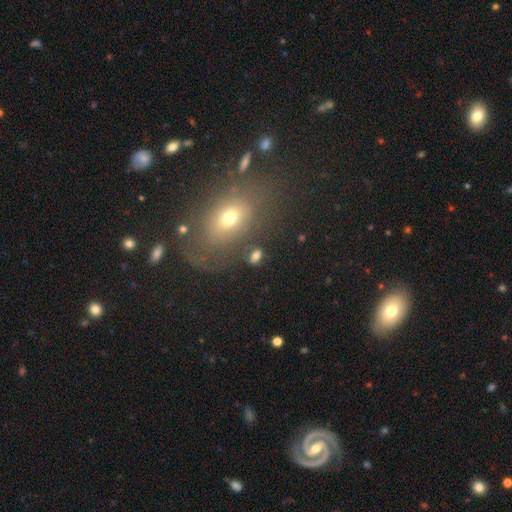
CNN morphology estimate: This appears to be a smooth galaxy with no disk features (73%) that is in between round and cigar-shaped (79%). Merging: none (72%).